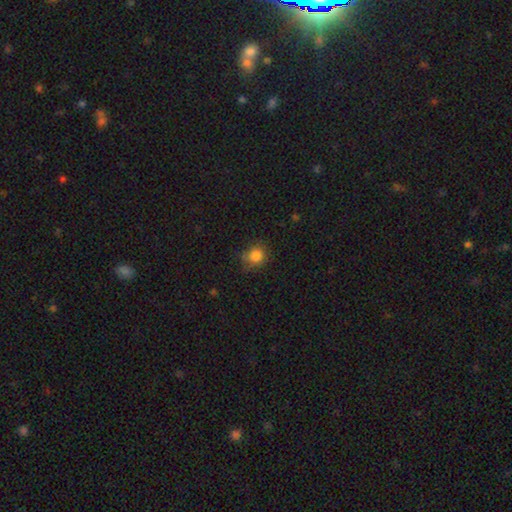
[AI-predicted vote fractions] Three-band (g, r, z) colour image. It shows a smooth galaxy with no disk features (83%) that is round (81%). Merging: none (69%).